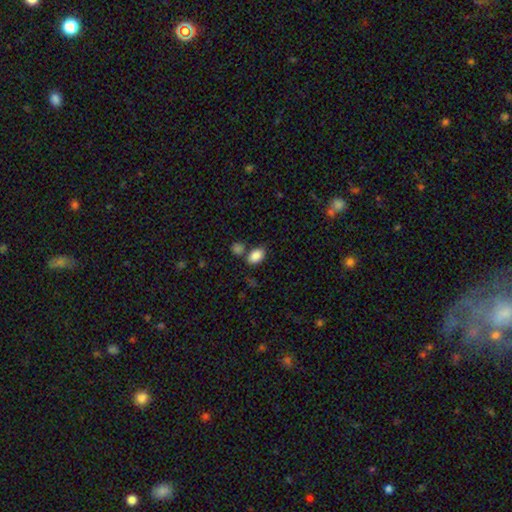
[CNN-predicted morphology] This appears to be a smooth galaxy with no disk features (87%) that is in between round and cigar-shaped (86%). Merging: none (66%).